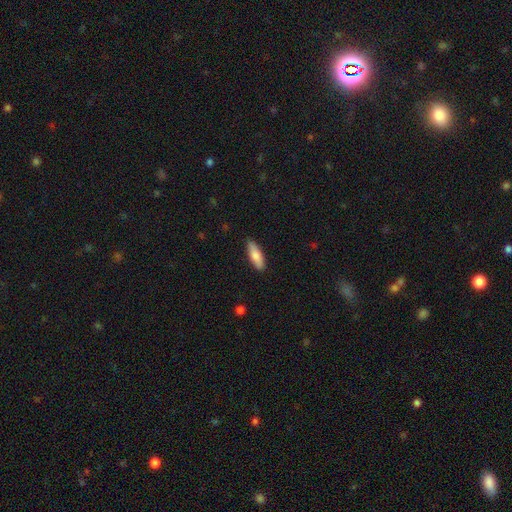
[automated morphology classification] Smooth or featured: smooth — 78% (featured or disk — 16%)
How rounded: in between — 51% (cigar-shaped — 47%)
Merging: none — 86% (minor disturbance — 11%)